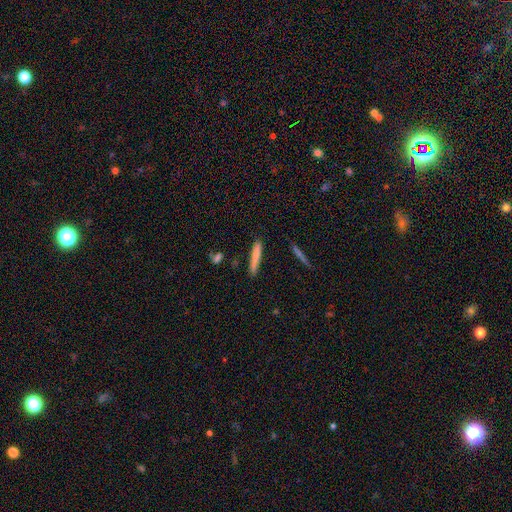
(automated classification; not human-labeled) Smooth or featured? Predicted: smooth (p=0.75). How rounded? Predicted: cigar-shaped (p=0.94). Merging? Predicted: none (p=0.84).